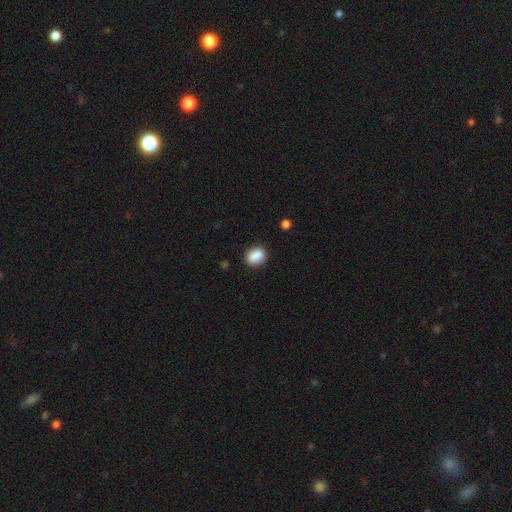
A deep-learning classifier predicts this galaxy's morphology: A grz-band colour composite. It shows a smooth galaxy with no disk features (88%) that is in between round and cigar-shaped (60%). Merging: none (85%).